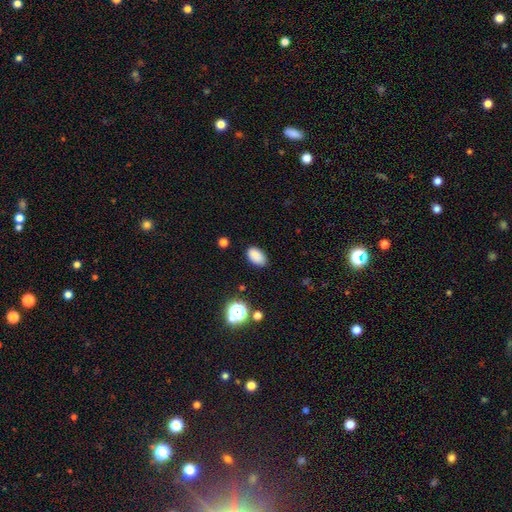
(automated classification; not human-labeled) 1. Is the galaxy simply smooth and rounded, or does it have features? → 85% smooth, 11% star or artifact, 4% featured or disk.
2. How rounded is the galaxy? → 92% in between, 7% round, 1% cigar-shaped.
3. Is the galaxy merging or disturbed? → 84% none, 11% minor disturbance, 3% major disturbance, 1% merger.